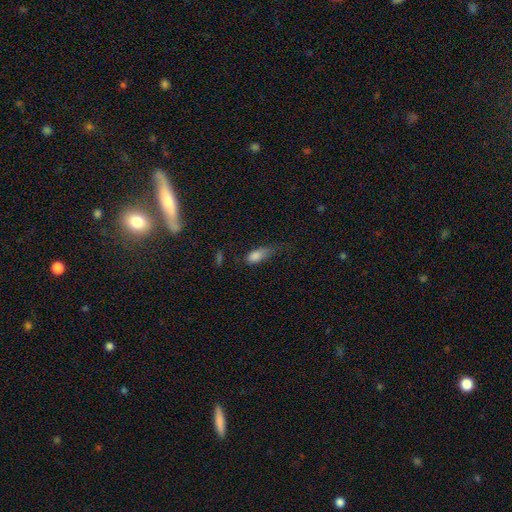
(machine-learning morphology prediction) type=smooth (80%); roundness=in between (79%); merging=minor disturbance (39%).